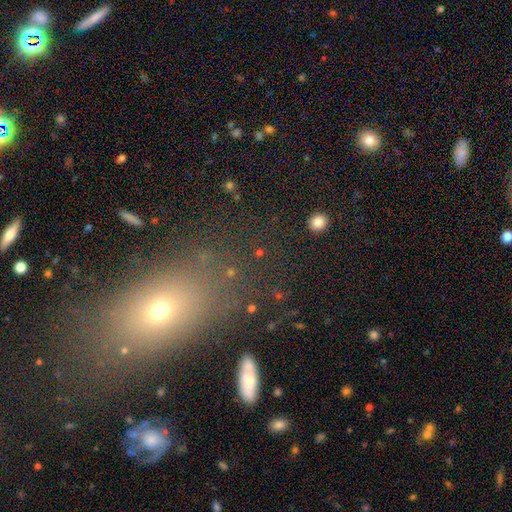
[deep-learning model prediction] smooth-or-featured: smooth: 55% | star or artifact: 30% | featured or disk: 16%
  how-rounded: in between: 66% | round: 26% | cigar-shaped: 8%
  merging: none: 75% | minor disturbance: 12% | major disturbance: 7% | merger: 5%